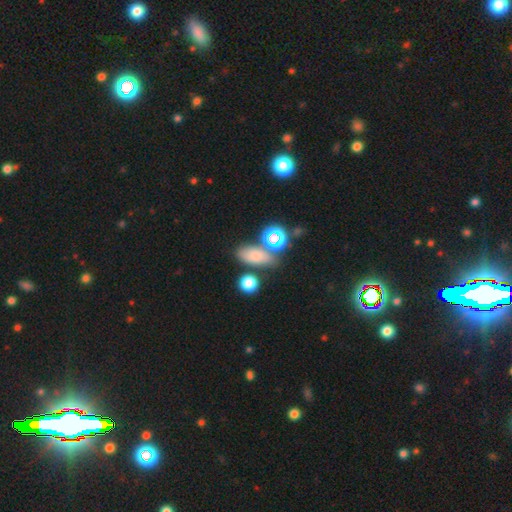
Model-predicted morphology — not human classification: This appears to be a smooth galaxy with no disk features (66%) that is in between round and cigar-shaped (76%). Merging: none (63%).